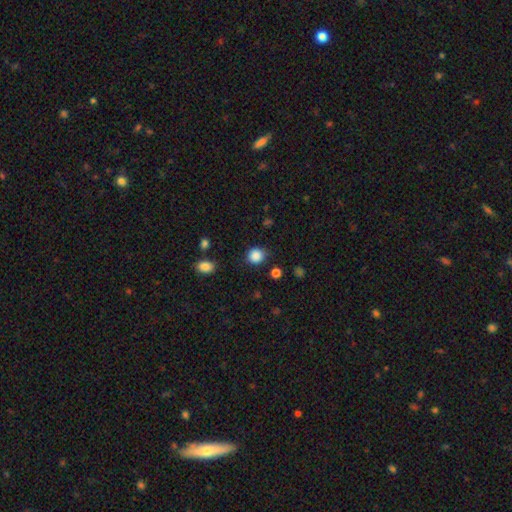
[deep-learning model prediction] smooth-or-featured: smooth: 87% | star or artifact: 10% | featured or disk: 3%
  how-rounded: round: 84% | in between: 15% | cigar-shaped: 1%
  merging: none: 81% | minor disturbance: 13% | major disturbance: 4% | merger: 2%